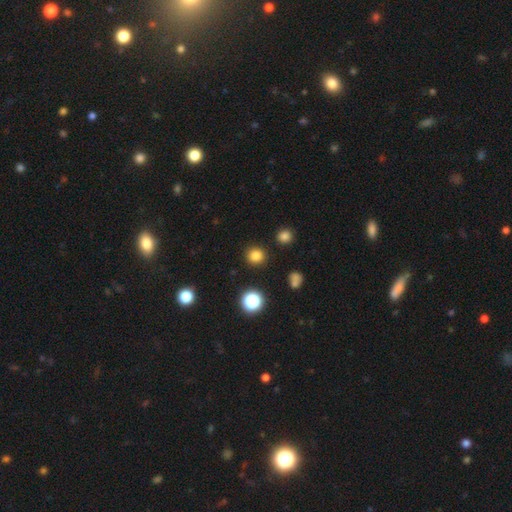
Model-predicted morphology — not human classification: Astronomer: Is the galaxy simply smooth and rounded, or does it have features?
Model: smooth — 81%.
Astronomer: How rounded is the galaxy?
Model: round — 92%.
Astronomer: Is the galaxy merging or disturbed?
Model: none — 90%.